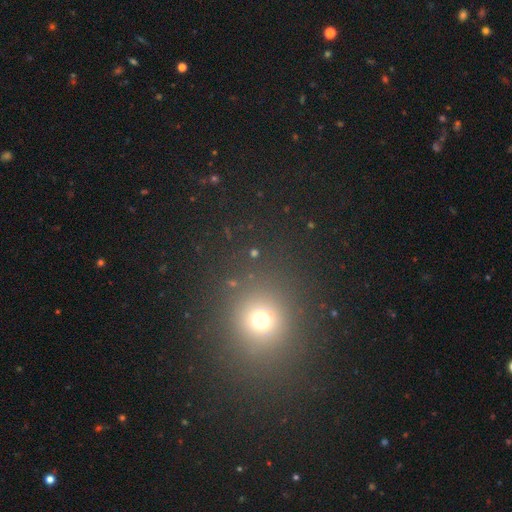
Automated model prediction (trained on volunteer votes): A smooth galaxy with no disk features (61%) that is round (84%). Merging: none (88%).